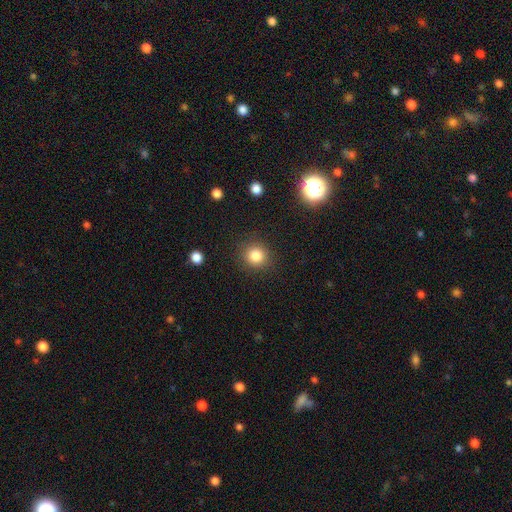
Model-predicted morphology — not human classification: This is clearly a smooth galaxy (83%). How rounded: clearly round (89%). Merging: clearly none (88%).